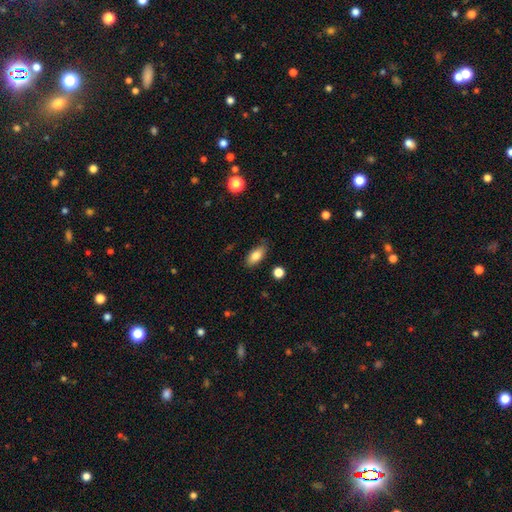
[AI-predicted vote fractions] Smooth or featured? smooth (82%)
How rounded? in between (87%)
Merging? none (80%)